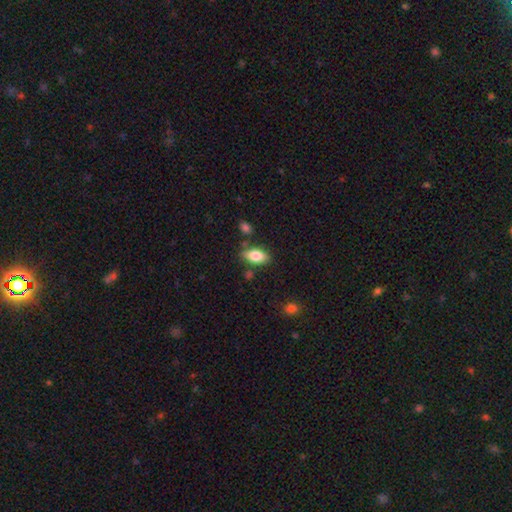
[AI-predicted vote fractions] This appears to be a smooth galaxy with no disk features (81%) that is in between round and cigar-shaped (89%). Merging: none (77%).